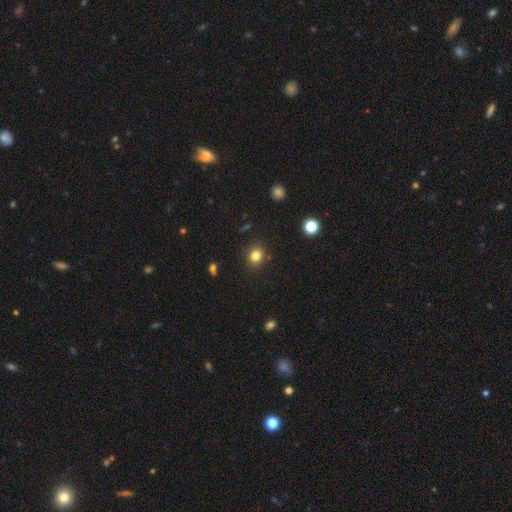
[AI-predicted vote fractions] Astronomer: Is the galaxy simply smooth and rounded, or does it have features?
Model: smooth — 81%.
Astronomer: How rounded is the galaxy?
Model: round — 76%.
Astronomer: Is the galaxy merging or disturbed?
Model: none — 86%.